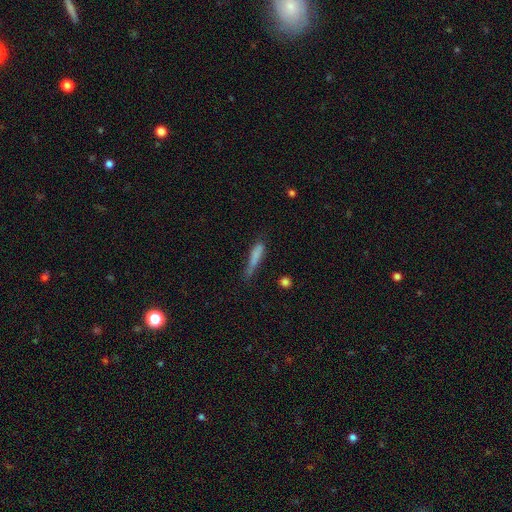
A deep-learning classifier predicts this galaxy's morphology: A smooth galaxy with no disk features (75%) that is cigar-shaped (86%). Merging: none (48%).